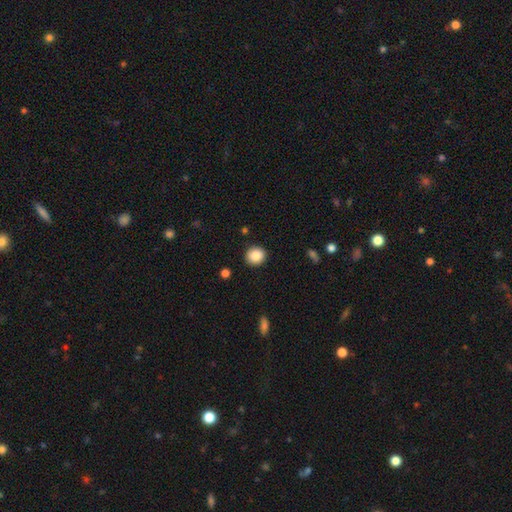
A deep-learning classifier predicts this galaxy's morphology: A smooth galaxy with no disk features (88%) that is round (86%).

Vote fractions:
- Smooth or featured? smooth: 88% / star or artifact: 9% / featured or disk: 4%
- How rounded? round: 86% / in between: 13% / cigar-shaped: 1%
- Merging? none: 90% / minor disturbance: 7% / major disturbance: 2% / merger: 1%